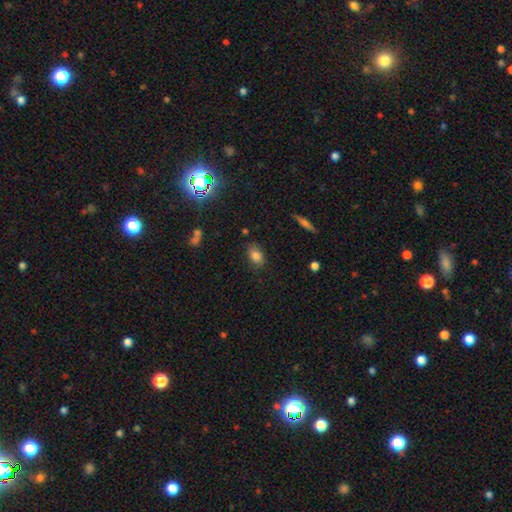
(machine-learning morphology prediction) smooth-or-featured: smooth: 81% | star or artifact: 11% | featured or disk: 8%
  how-rounded: in between: 82% | round: 16% | cigar-shaped: 2%
  merging: none: 77% | minor disturbance: 17% | major disturbance: 4% | merger: 2%